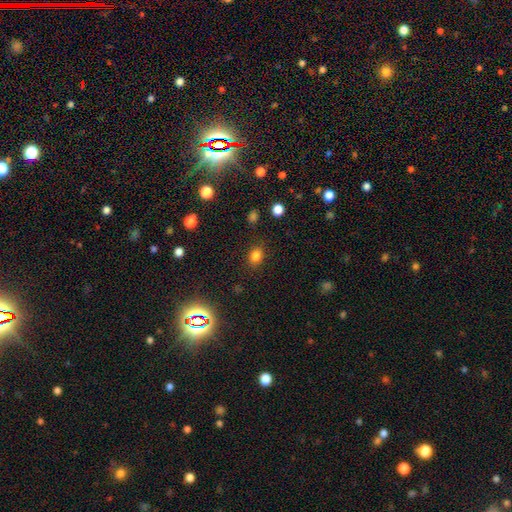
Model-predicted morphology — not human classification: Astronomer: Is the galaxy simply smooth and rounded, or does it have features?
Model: smooth — 80%.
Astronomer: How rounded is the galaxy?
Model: in between — 54% (runner-up: round, 44%).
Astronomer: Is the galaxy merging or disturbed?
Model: none — 84%.